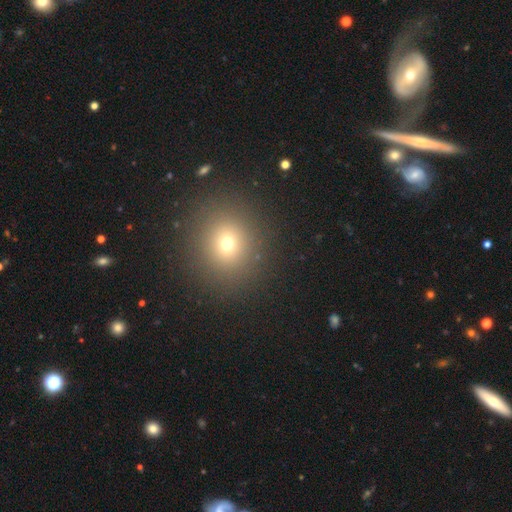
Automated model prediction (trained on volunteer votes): Smooth or featured? smooth (61%)
How rounded? round (85%)
Merging? none (91%)